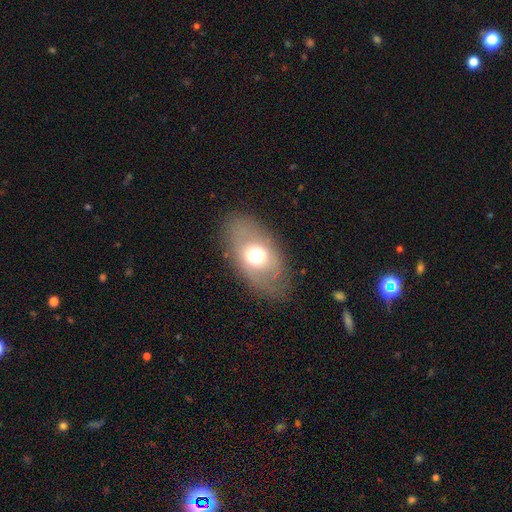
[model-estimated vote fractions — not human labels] Morphology: type=smooth (57%); roundness=in between (85%); merging=none (80%).